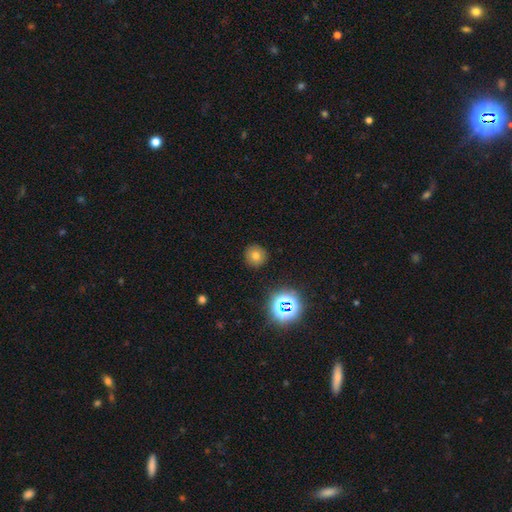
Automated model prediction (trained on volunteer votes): This is likely a smooth galaxy (69%). How rounded: clearly round (94%). Merging: clearly none (90%).